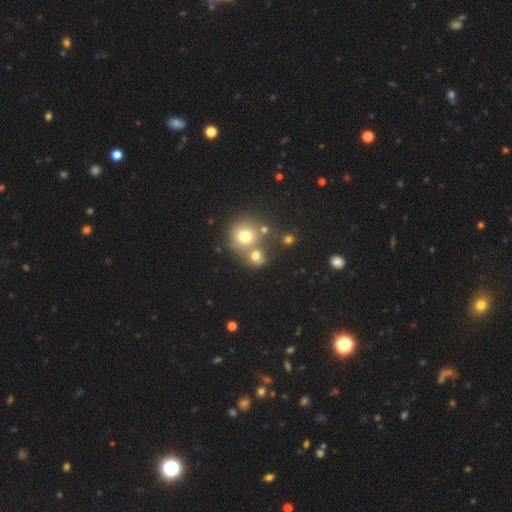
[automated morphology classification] type=smooth (71%); roundness=round (79%); merging=merger (47%).